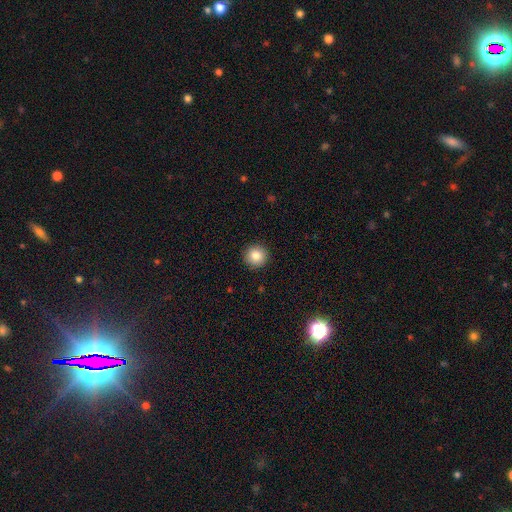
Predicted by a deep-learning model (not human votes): smooth-or-featured: smooth: 85% | star or artifact: 9% | featured or disk: 6%
  how-rounded: round: 95% | in between: 4% | cigar-shaped: 1%
  merging: none: 92% | minor disturbance: 5% | major disturbance: 2% | merger: 1%